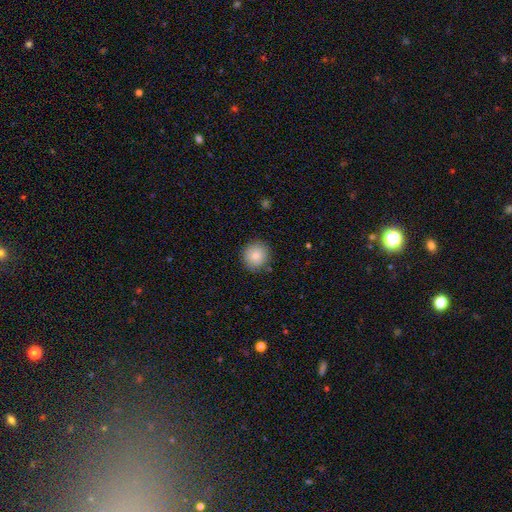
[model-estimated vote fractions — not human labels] Smooth or featured? Predicted: smooth (p=0.82). How rounded? Predicted: round (p=0.90). Merging? Predicted: none (p=0.86).